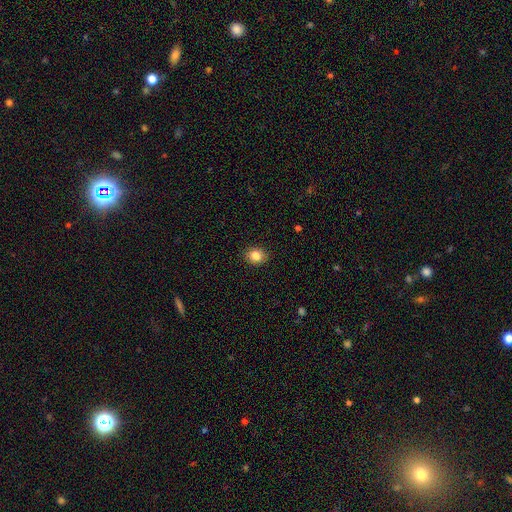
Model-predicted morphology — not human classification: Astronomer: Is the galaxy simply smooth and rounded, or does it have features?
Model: smooth — 85%.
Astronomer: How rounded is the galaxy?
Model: round — 58% (runner-up: in between, 41%).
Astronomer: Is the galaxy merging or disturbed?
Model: none — 90%.